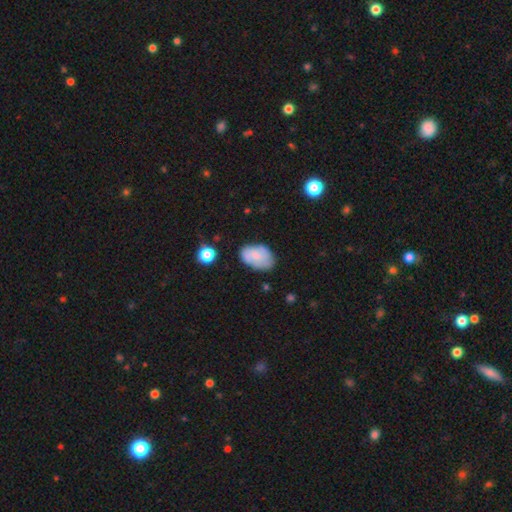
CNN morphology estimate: This appears to be a smooth galaxy with no disk features (63%) that is in between round and cigar-shaped (89%). Merging: none (64%).